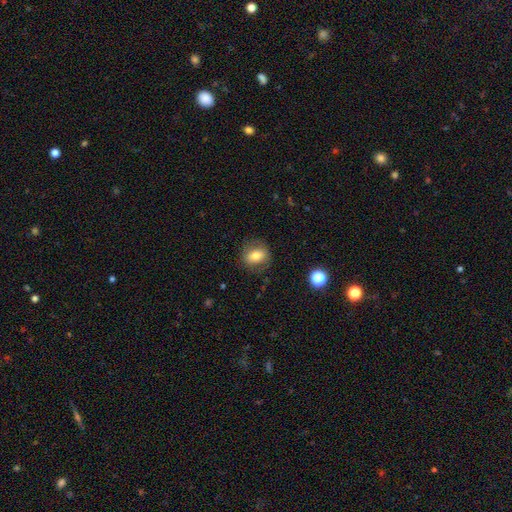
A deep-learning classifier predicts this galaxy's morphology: This appears to be a smooth galaxy with no disk features (66%) that is round (54%). Merging: none (78%).